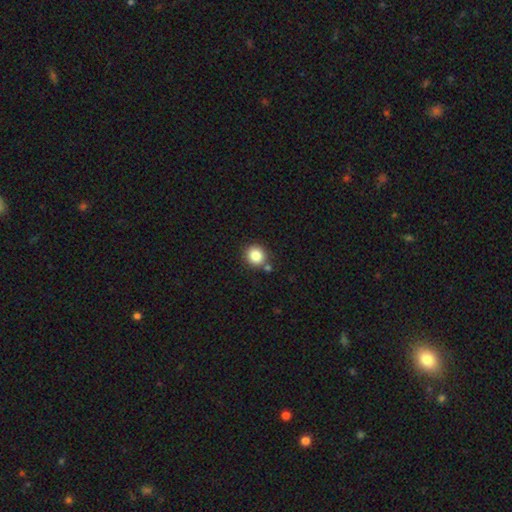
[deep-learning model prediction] The model was most divided on "merging": none: 79%, minor disturbance: 9%, merger: 9%, major disturbance: 3%. More confident: how rounded — round (88%); smooth or featured — smooth (85%).